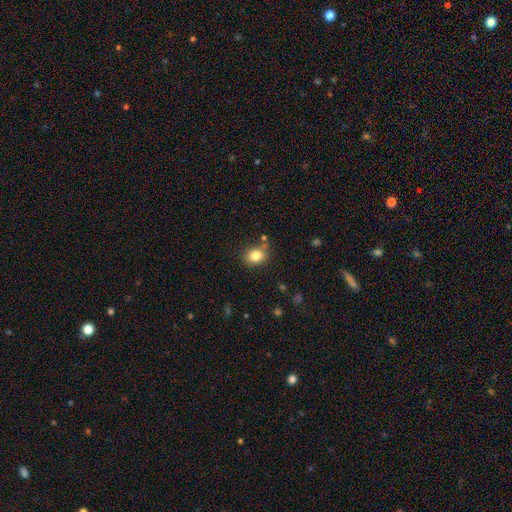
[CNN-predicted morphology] Smooth or featured? smooth (82%)
How rounded? round (50%)
Merging? none (75%)